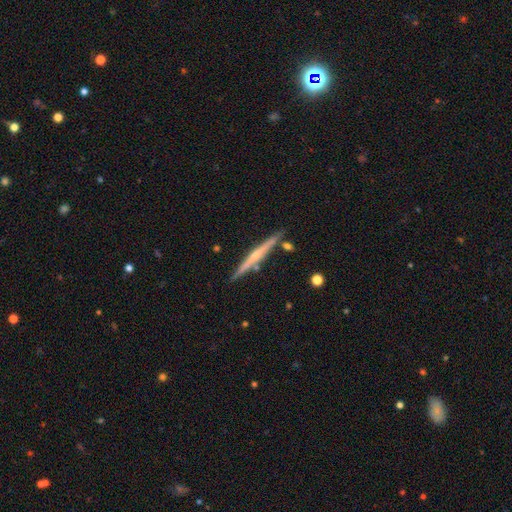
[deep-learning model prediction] Morphology: type=featured or disk (68%); edge-on=yes (98%); edge-on bulge=rounded (51%); merging=none (85%).